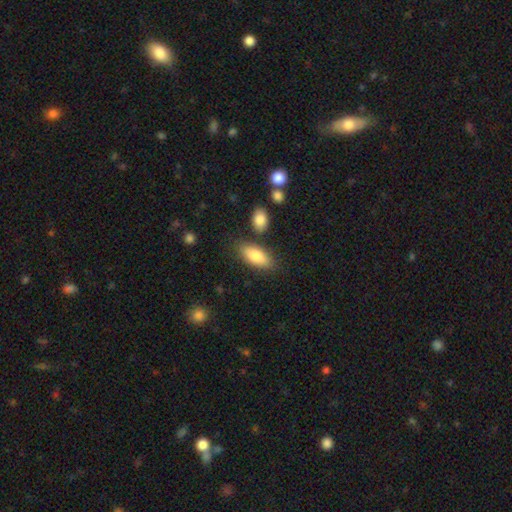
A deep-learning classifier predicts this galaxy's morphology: Smooth or featured? smooth (83%)
How rounded? in between (86%)
Merging? none (77%)